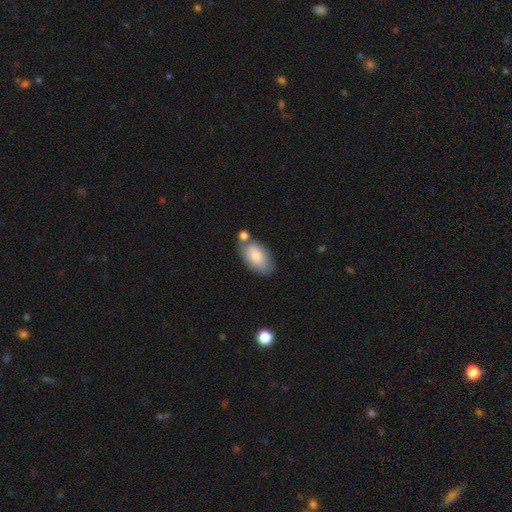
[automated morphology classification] Smooth or featured?
  - smooth: 78% *
  - featured or disk: 16%
  - star or artifact: 6%
How rounded?
  - in between: 94% *
  - round: 4%
  - cigar-shaped: 2%
Merging?
  - none: 58% *
  - merger: 19%
  - minor disturbance: 18%
  - major disturbance: 5%